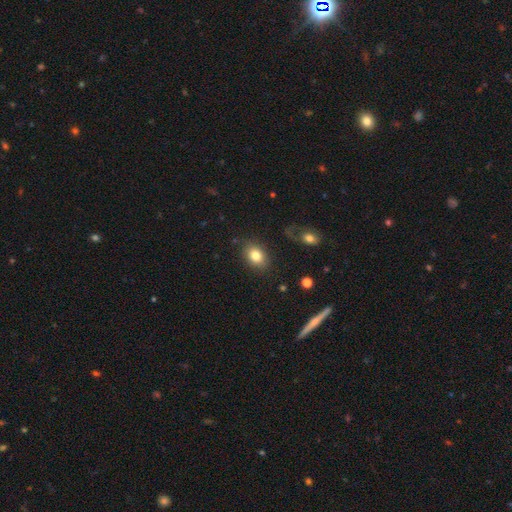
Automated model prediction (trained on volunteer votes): smooth 82%, featured or disk 9%, star or artifact 9%. Down the decision tree: how rounded — in between (70%); merging — none (82%).